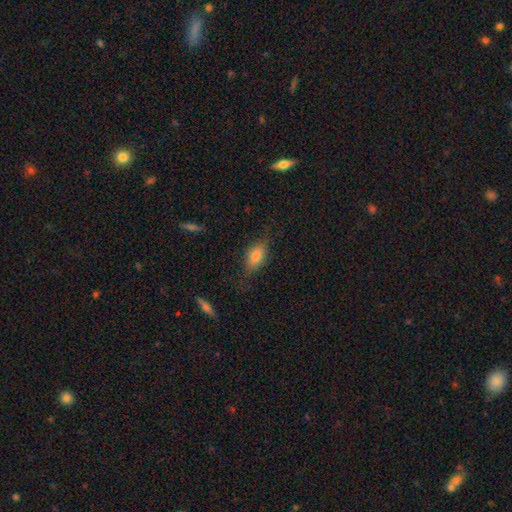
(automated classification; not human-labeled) The model was most divided on "merging": none: 70%, minor disturbance: 22%, major disturbance: 7%, merger: 2%. More confident: how rounded — in between (83%); smooth or featured — smooth (74%).